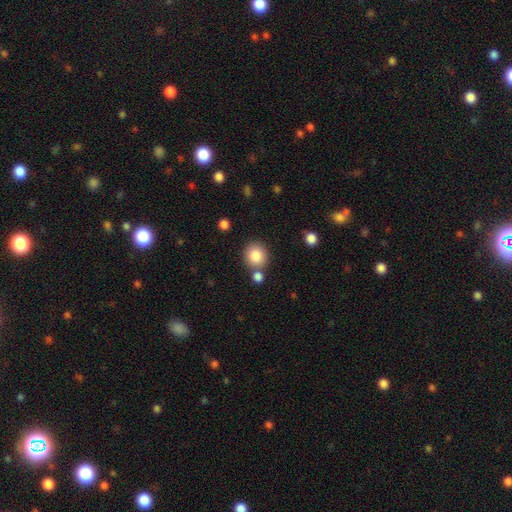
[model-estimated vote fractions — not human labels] This is clearly a smooth galaxy (84%). How rounded: clearly round (86%). Merging: likely none (73%).